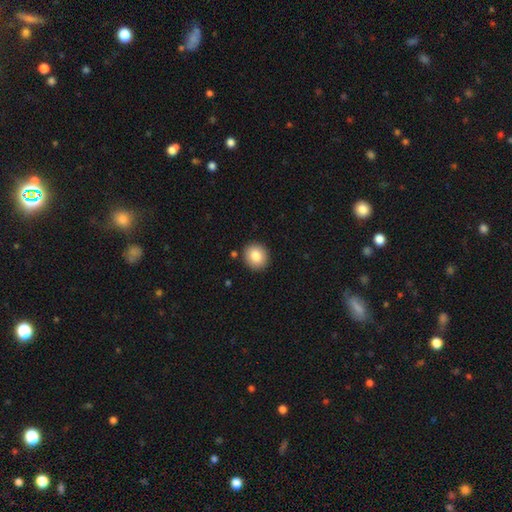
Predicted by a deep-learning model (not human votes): Smooth or featured? smooth (84%)
How rounded? round (83%)
Merging? none (89%)